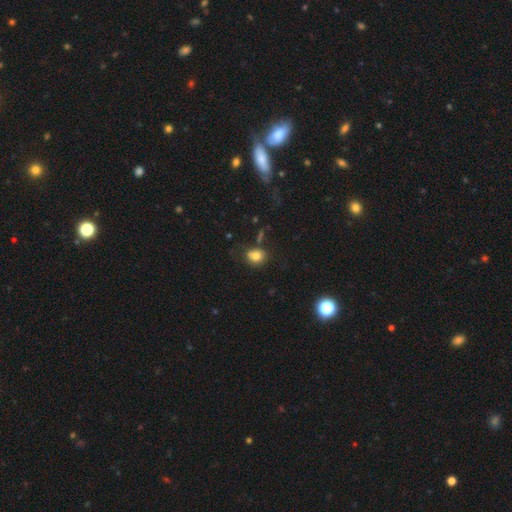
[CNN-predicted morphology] Smooth or featured: smooth — 79% (star or artifact — 12%)
How rounded: round — 62% (in between — 37%)
Merging: none — 67% (minor disturbance — 19%)